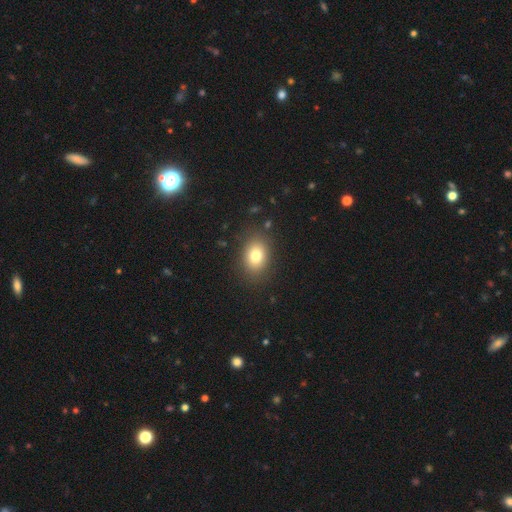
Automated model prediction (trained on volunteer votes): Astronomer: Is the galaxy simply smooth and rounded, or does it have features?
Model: smooth — 79%.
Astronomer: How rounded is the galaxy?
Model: in between — 68%.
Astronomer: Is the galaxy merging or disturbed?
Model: none — 85%.